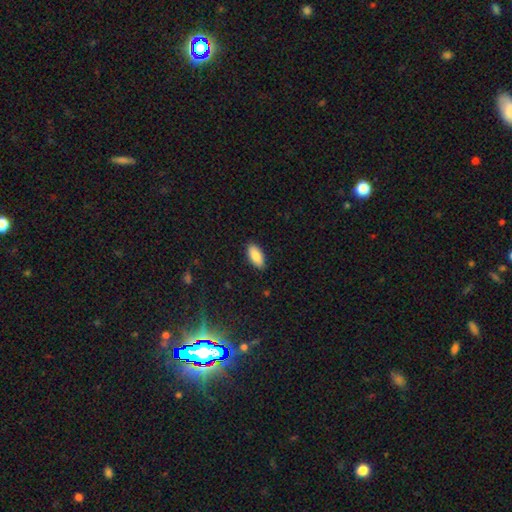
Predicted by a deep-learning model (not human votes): smooth_or_featured: smooth (p=0.86) [alt: featured or disk p=0.08]
how_rounded: in between (p=0.89) [alt: cigar-shaped p=0.09]
merging: none (p=0.88) [alt: minor disturbance p=0.09]